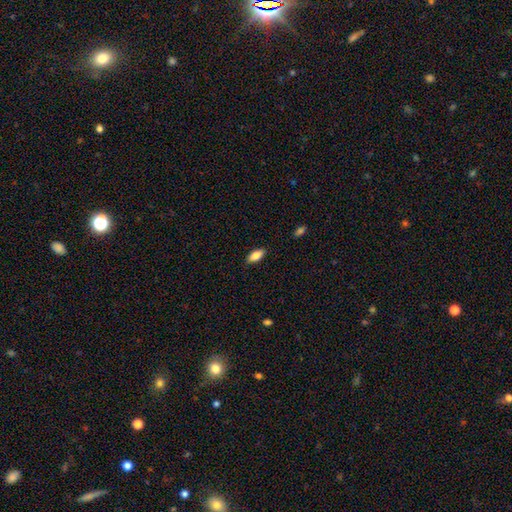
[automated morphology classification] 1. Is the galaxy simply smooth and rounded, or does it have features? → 84% smooth, 9% featured or disk, 7% star or artifact.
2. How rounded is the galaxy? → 84% in between, 13% cigar-shaped, 2% round.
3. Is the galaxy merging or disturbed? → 87% none, 10% minor disturbance, 2% major disturbance, 1% merger.